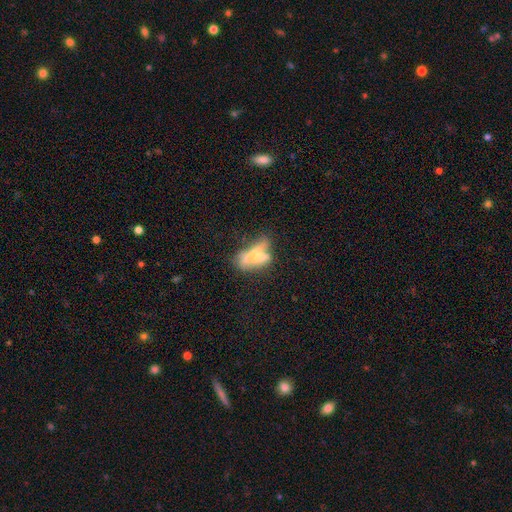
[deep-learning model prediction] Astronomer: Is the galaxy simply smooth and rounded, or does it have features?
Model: featured or disk — 46% (runner-up: smooth, 42%).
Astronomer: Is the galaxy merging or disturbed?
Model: merger — 35% (runner-up: none, 26%).